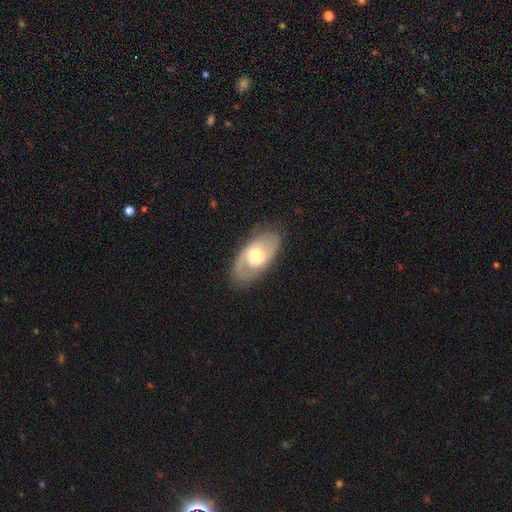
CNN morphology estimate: The model was most divided on "smooth or featured": featured or disk: 58%, smooth: 36%, star or artifact: 6%. More confident: edge-on disk — no (91%); merging — none (79%); spiral arms — yes (67%); bar — no (60%); bulge size — moderate (58%).